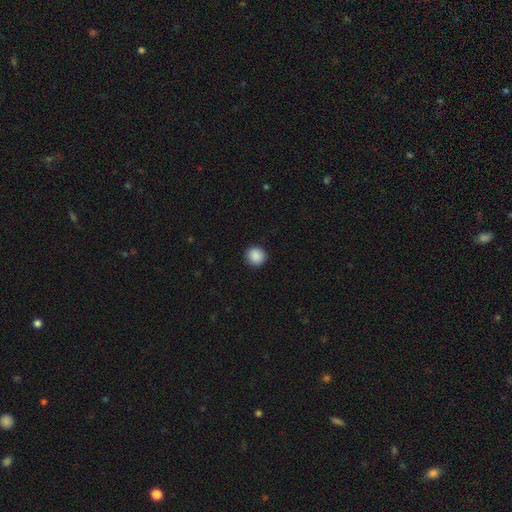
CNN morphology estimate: smooth-or-featured: smooth: 89% | star or artifact: 8% | featured or disk: 3%
  how-rounded: round: 93% | in between: 6% | cigar-shaped: 1%
  merging: none: 92% | minor disturbance: 6% | major disturbance: 2% | merger: 1%